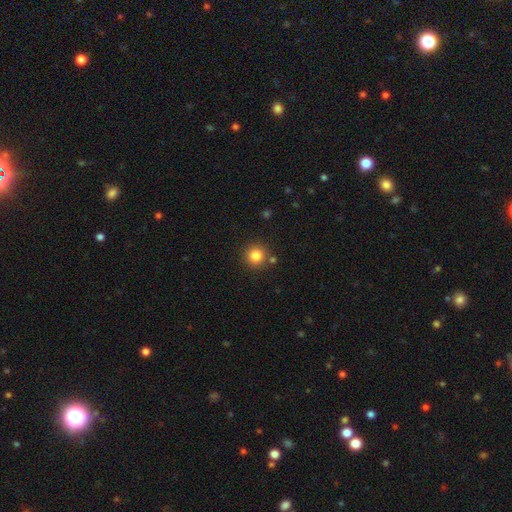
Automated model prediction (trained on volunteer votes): Overall: smooth (83%). How rounded: round (94%). Merging: none (84%).